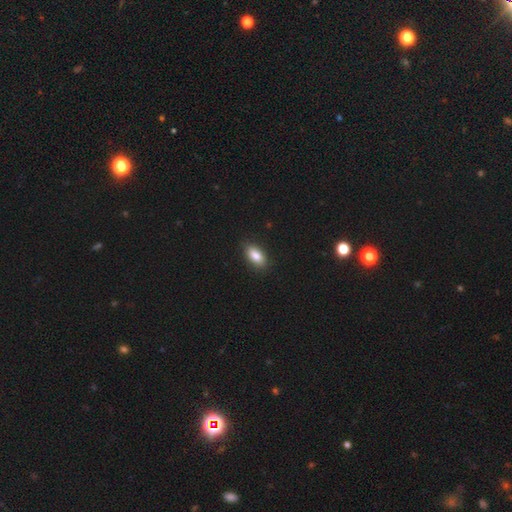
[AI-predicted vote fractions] The model was most divided on "smooth or featured": smooth: 84%, featured or disk: 8%, star or artifact: 8%. More confident: how rounded — in between (90%); merging — none (86%).